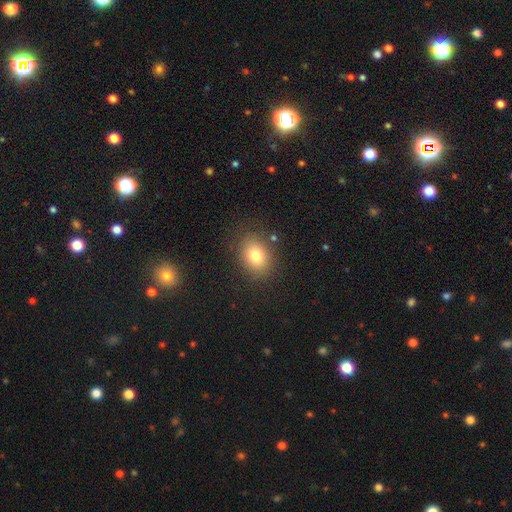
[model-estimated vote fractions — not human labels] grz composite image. It shows a smooth galaxy with no disk features (78%) that is in between round and cigar-shaped (53%). Merging: none (83%).